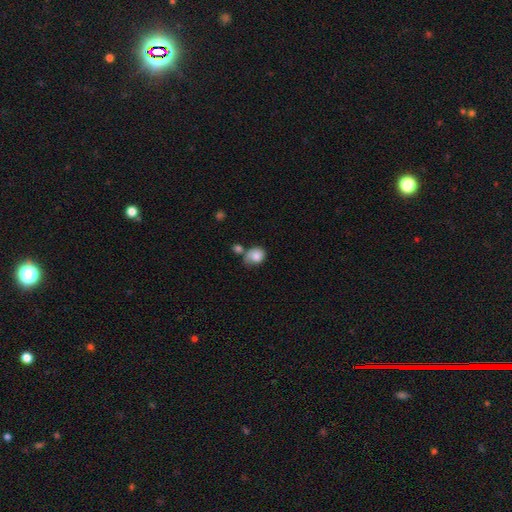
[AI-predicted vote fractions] smooth-or-featured: smooth: 79% | featured or disk: 13% | star or artifact: 8%
  how-rounded: round: 57% | in between: 42% | cigar-shaped: 1%
  merging: none: 37% | minor disturbance: 26% | merger: 23% | major disturbance: 14%